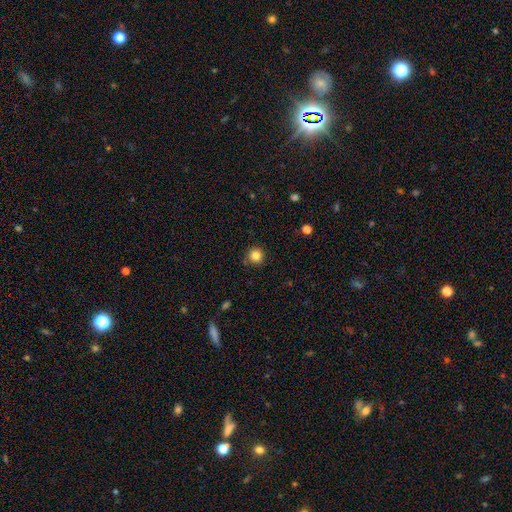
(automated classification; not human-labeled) Smooth or featured? smooth (83%)
How rounded? round (95%)
Merging? none (87%)